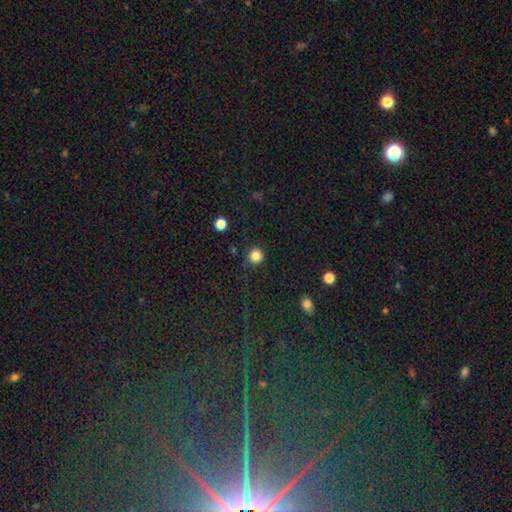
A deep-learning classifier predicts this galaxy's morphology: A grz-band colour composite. It shows a smooth galaxy with no disk features (84%) that is round (95%). Merging: none (90%).